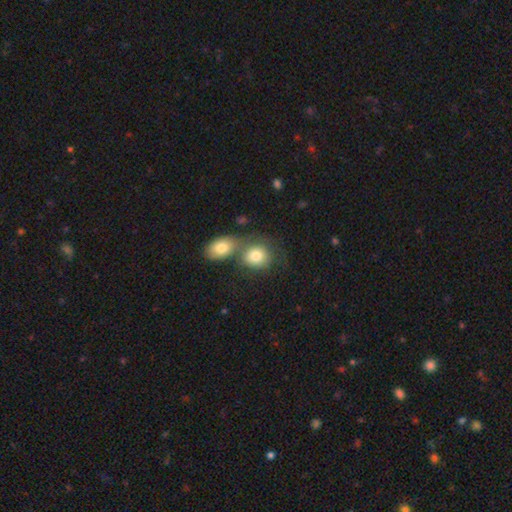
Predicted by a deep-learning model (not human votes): smooth_or_featured: smooth (p=0.80) [alt: featured or disk p=0.13]
how_rounded: round (p=0.65) [alt: in between p=0.34]
merging: merger (p=0.50) [alt: none p=0.33]